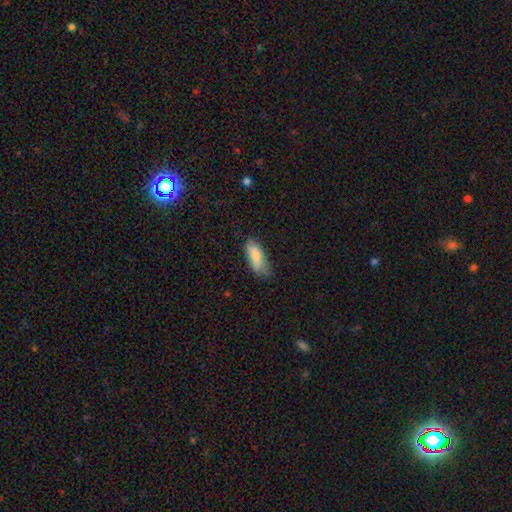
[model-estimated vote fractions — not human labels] This is clearly a smooth galaxy (85%). How rounded: likely in between (79%). Merging: likely none (61%).